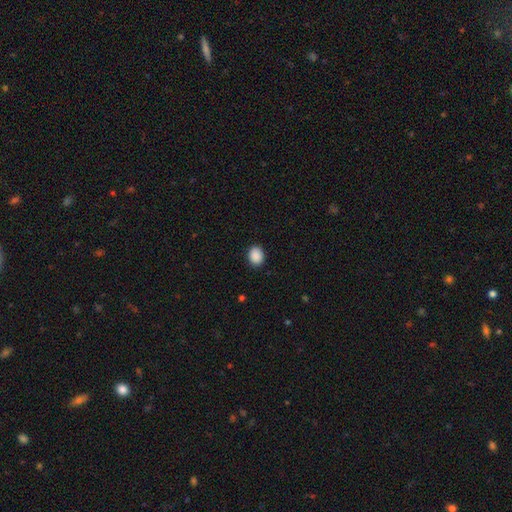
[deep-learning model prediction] smooth_or_featured: smooth (p=0.90) [alt: star or artifact p=0.08]
how_rounded: in between (p=0.54) [alt: round p=0.45]
merging: none (p=0.90) [alt: minor disturbance p=0.07]